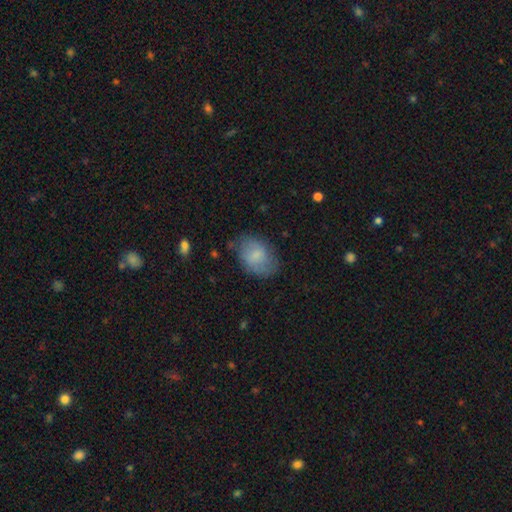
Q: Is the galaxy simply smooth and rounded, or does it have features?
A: smooth — 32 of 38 (84%).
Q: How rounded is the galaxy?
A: in between — 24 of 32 (75%).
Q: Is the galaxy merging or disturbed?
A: none — 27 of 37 (73%).